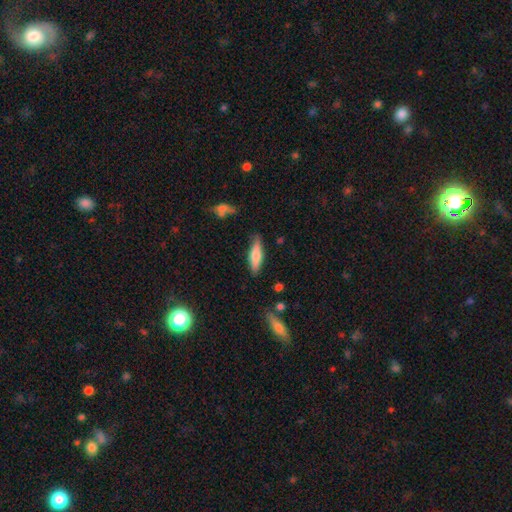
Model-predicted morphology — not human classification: Smooth or featured: smooth — 66% (featured or disk — 28%)
How rounded: cigar-shaped — 62% (in between — 36%)
Merging: none — 83% (minor disturbance — 12%)